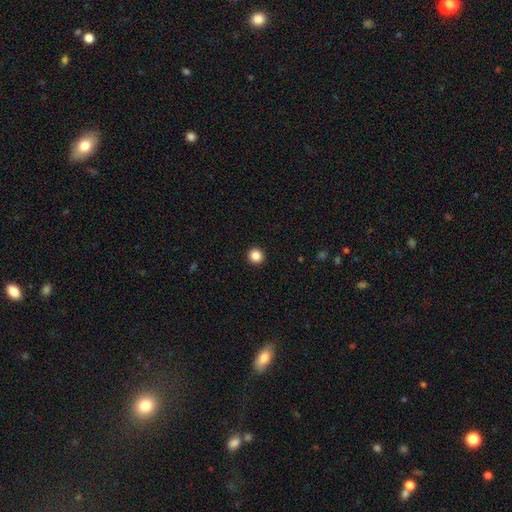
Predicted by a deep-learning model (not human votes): This is clearly a smooth galaxy (86%). How rounded: clearly round (95%). Merging: clearly none (94%).